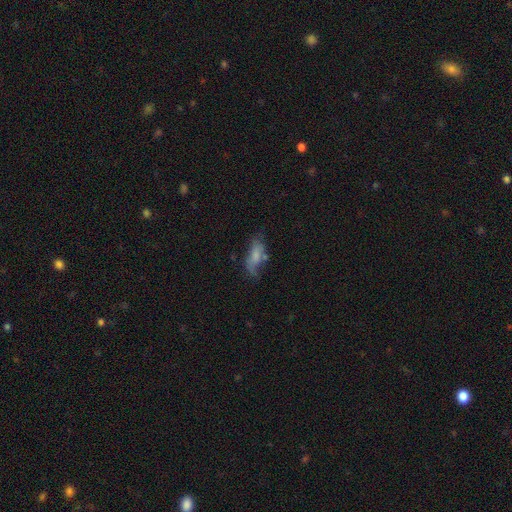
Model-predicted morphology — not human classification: smooth-or-featured: smooth: 64% | featured or disk: 27% | star or artifact: 9%
  how-rounded: in between: 76% | cigar-shaped: 21% | round: 3%
  merging: none: 40% | minor disturbance: 30% | major disturbance: 22% | merger: 9%